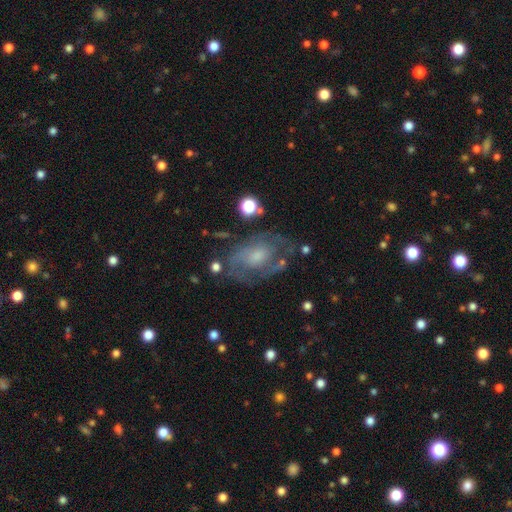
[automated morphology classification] type=featured or disk (71%); edge-on=no (96%); bar=no (69%); spiral arms=yes (72%); bulge=small (43%); merging=none (61%).